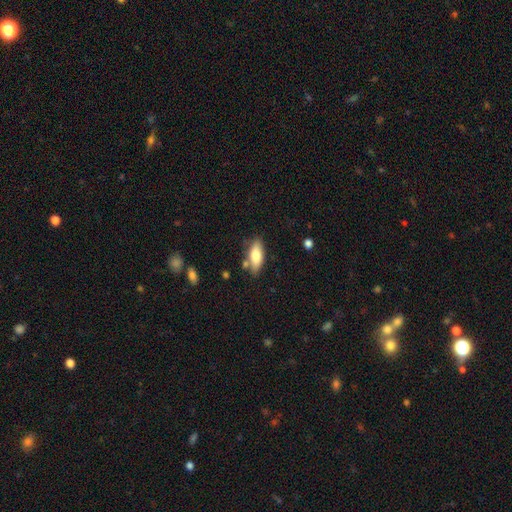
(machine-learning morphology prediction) A smooth galaxy with no disk features (77%) that is in between round and cigar-shaped (77%).

Vote fractions:
- Smooth or featured? smooth: 77% / featured or disk: 16% / star or artifact: 6%
- How rounded? in between: 77% / cigar-shaped: 21% / round: 2%
- Merging? none: 74% / minor disturbance: 16% / merger: 7% / major disturbance: 3%